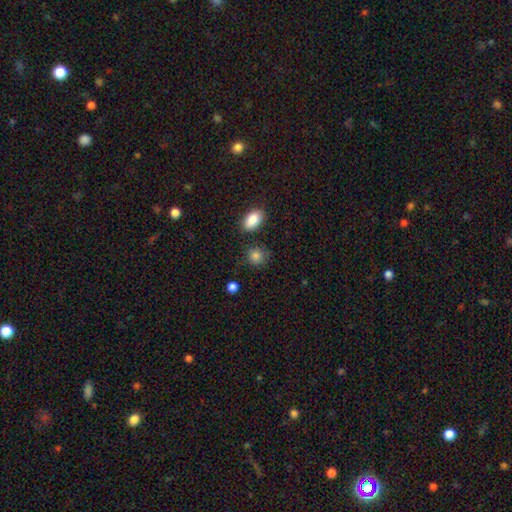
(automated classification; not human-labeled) This is clearly a smooth galaxy (85%). How rounded: likely round (77%). Merging: likely none (77%).